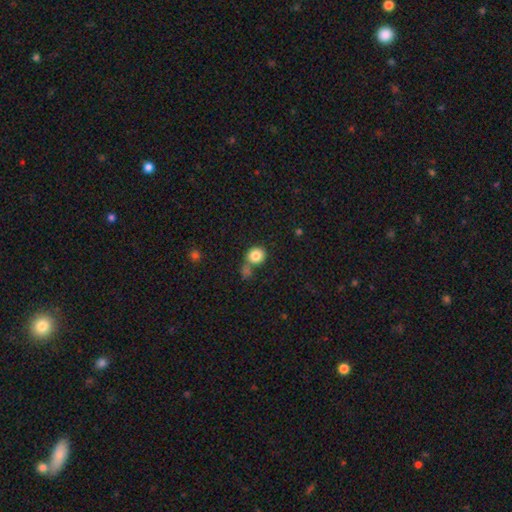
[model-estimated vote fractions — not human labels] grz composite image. It shows a smooth galaxy with no disk features (84%) that is round (87%). Merging: none (57%).